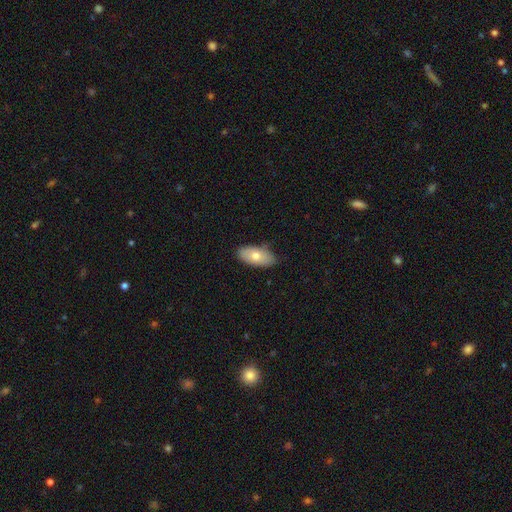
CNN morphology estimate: Overall: smooth (72%). How rounded: in between (91%). Merging: none (82%).